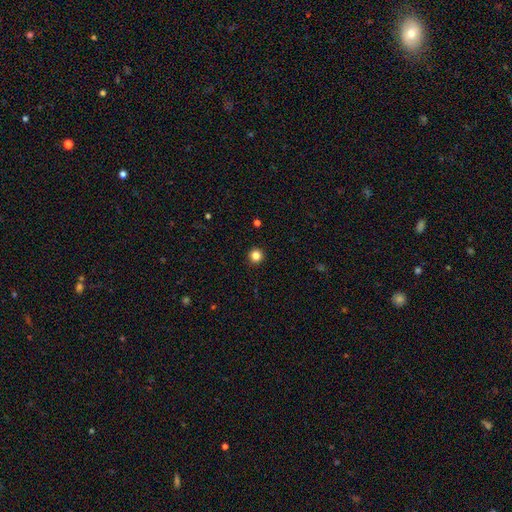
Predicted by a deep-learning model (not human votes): Morphology: type=smooth (83%); roundness=round (95%); merging=none (93%).